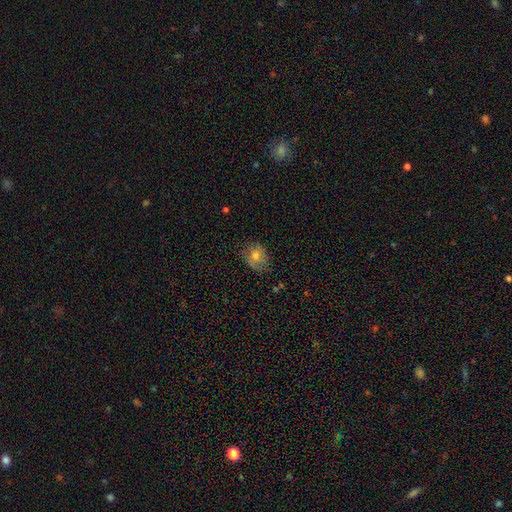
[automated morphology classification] Smooth or featured? smooth (65%)
How rounded? round (54%)
Merging? none (63%)